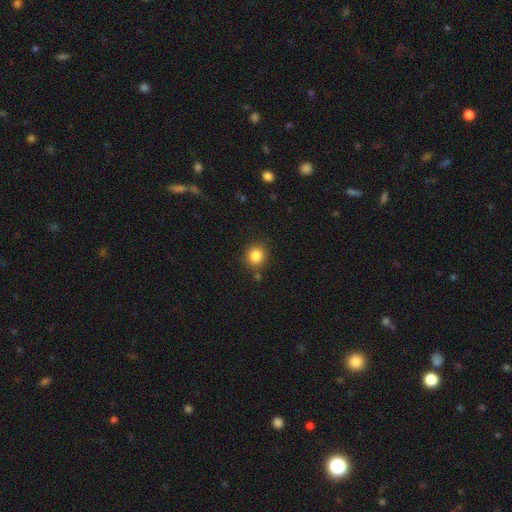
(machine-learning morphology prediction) Q: Smooth or featured?
A: smooth (84%); runner-up: star or artifact (11%)
Q: How rounded?
A: round (91%); runner-up: in between (8%)
Q: Merging?
A: none (84%); runner-up: minor disturbance (9%)